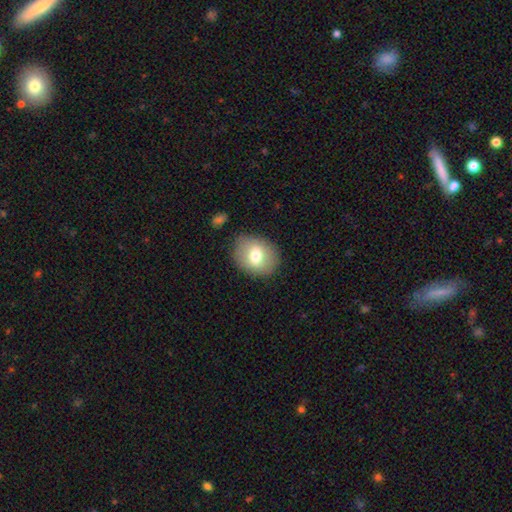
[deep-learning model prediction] Q: Smooth or featured?
A: smooth (69%); runner-up: featured or disk (23%)
Q: How rounded?
A: round (54%); runner-up: in between (45%)
Q: Merging?
A: none (83%); runner-up: minor disturbance (12%)